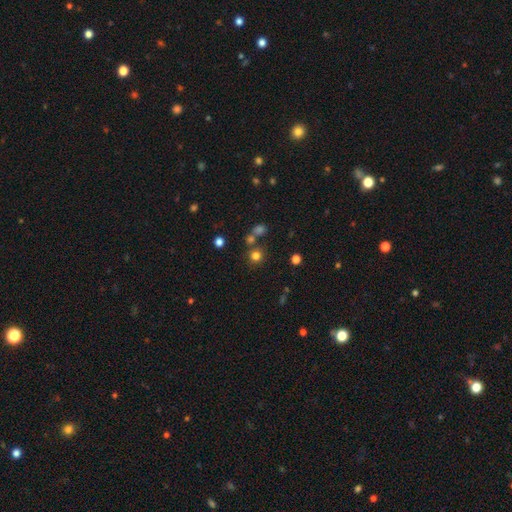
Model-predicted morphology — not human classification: A smooth galaxy with no disk features (75%) that is round (92%).

Vote fractions:
- Smooth or featured? smooth: 75% / star or artifact: 18% / featured or disk: 7%
- How rounded? round: 92% / in between: 7% / cigar-shaped: 1%
- Merging? none: 75% / merger: 14% / minor disturbance: 8% / major disturbance: 4%